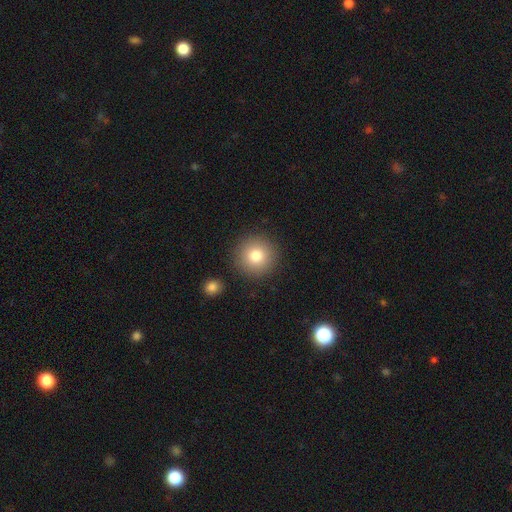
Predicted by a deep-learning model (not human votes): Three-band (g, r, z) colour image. It shows a smooth galaxy with no disk features (80%) that is round (95%). Merging: none (89%).